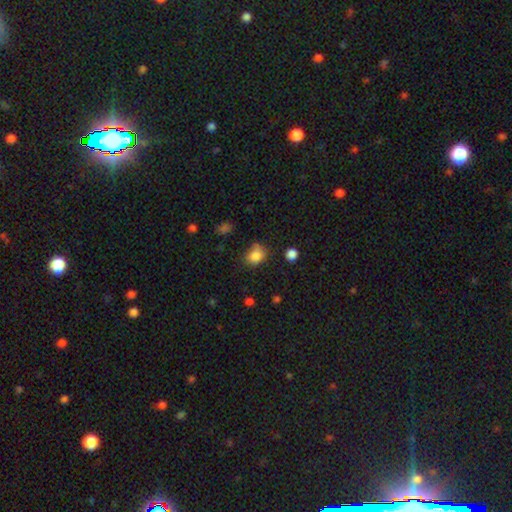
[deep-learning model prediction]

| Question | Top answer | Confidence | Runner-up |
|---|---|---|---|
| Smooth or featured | smooth | 83% | star or artifact (11%) |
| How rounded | in between | 55% | round (43%) |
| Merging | none | 59% | minor disturbance (25%) |